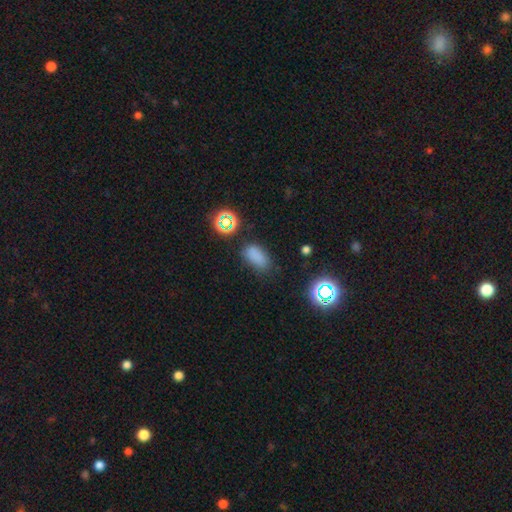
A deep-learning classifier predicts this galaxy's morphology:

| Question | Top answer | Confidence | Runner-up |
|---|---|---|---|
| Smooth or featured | smooth | 74% | star or artifact (20%) |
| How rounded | in between | 87% | round (8%) |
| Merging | none | 73% | minor disturbance (18%) |